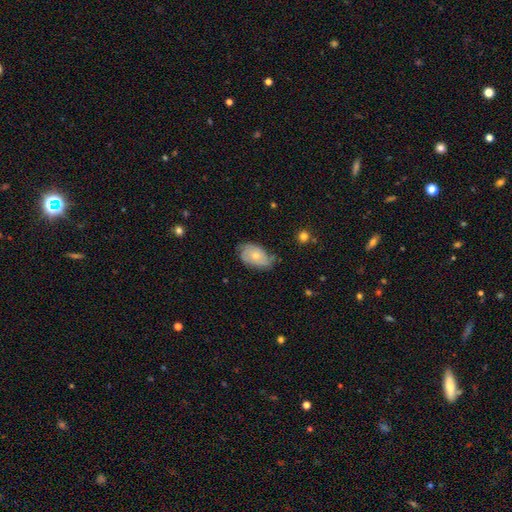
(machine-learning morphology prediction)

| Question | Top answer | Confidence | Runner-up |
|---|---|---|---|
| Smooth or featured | featured or disk | 58% | smooth (35%) |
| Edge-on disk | no | 95% | yes (5%) |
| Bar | no | 80% | weak (17%) |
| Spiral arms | yes | 83% | no (17%) |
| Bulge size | small | 49% | moderate (47%) |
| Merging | none | 59% | minor disturbance (31%) |